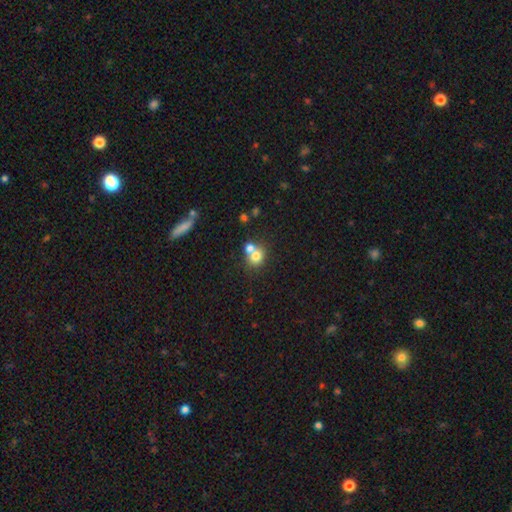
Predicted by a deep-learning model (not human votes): smooth_or_featured: smooth (p=0.75) [alt: featured or disk p=0.13]
how_rounded: round (p=0.76) [alt: in between p=0.23]
merging: merger (p=0.49) [alt: none p=0.40]